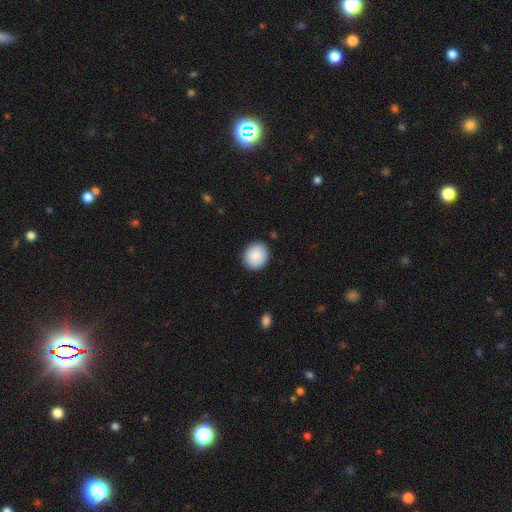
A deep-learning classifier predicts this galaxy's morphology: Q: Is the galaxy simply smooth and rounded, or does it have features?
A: smooth — 88%.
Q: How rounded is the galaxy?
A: round — 82%.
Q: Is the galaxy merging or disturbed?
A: none — 90%.